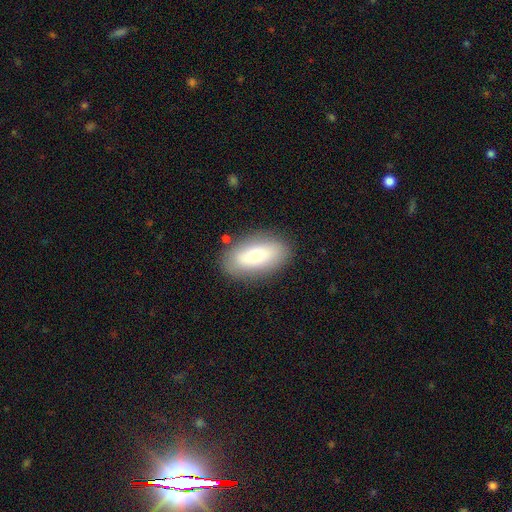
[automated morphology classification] type=smooth (69%); roundness=in between (89%); merging=none (82%).